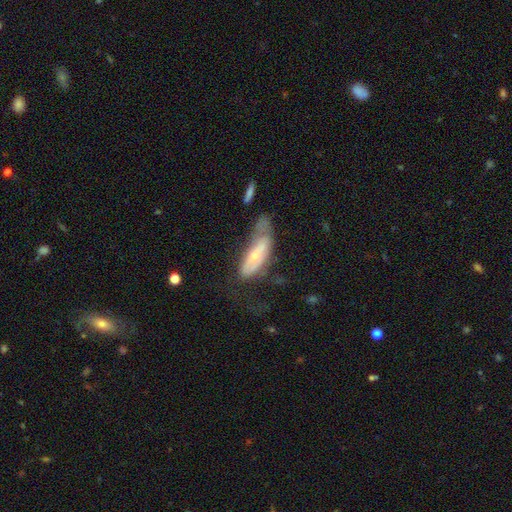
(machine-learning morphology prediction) Q: Smooth or featured?
A: smooth (49%); runner-up: featured or disk (45%)
Q: Merging?
A: major disturbance (36%); runner-up: minor disturbance (29%)